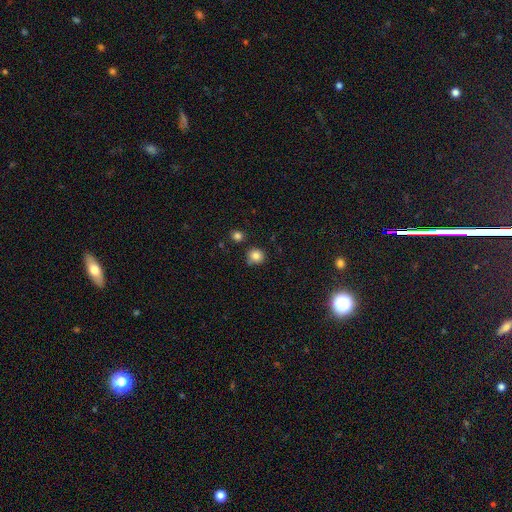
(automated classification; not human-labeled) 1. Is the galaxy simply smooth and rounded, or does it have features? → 83% smooth, 11% star or artifact, 6% featured or disk.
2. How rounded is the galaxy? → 90% round, 9% in between, 1% cigar-shaped.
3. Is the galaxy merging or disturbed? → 78% none, 13% minor disturbance, 6% merger, 3% major disturbance.